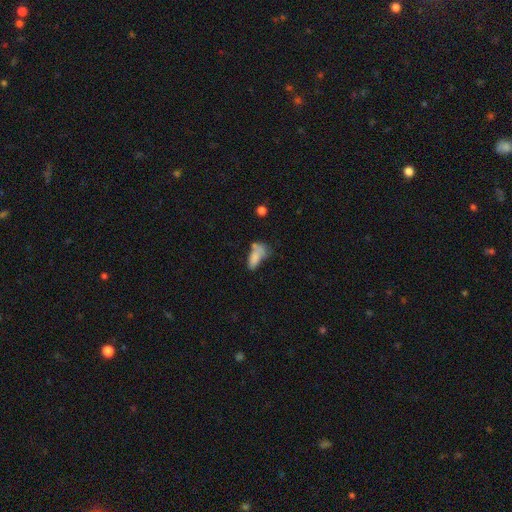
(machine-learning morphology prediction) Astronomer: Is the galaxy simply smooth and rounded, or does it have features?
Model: smooth — 72%.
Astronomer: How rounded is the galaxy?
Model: in between — 83%.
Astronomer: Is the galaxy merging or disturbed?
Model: none — 30% (runner-up: merger, 26%).